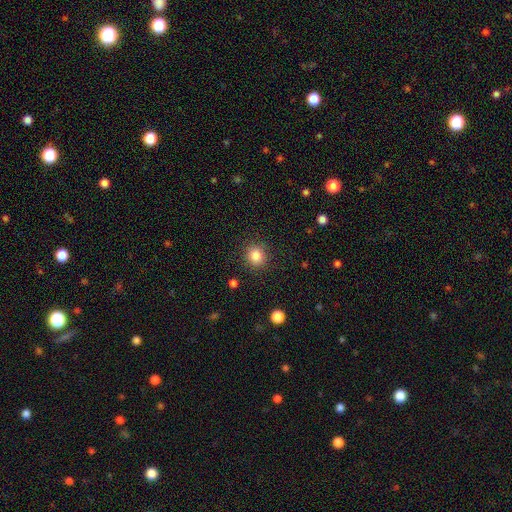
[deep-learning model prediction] Smooth or featured: smooth — 84% (star or artifact — 11%)
How rounded: round — 88% (in between — 11%)
Merging: none — 89% (minor disturbance — 7%)